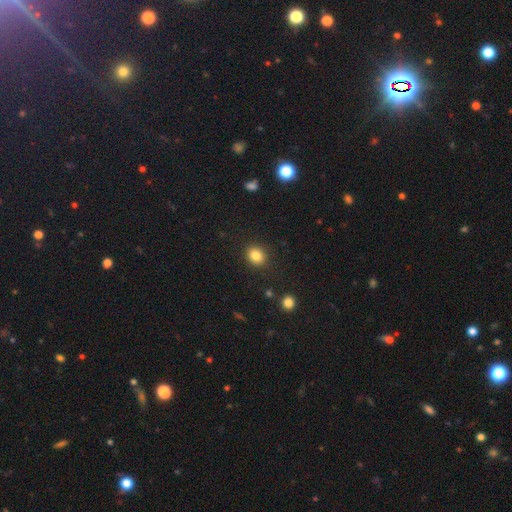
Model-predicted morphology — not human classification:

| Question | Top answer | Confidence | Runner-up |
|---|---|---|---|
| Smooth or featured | smooth | 84% | star or artifact (11%) |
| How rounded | round | 68% | in between (31%) |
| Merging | none | 88% | minor disturbance (8%) |